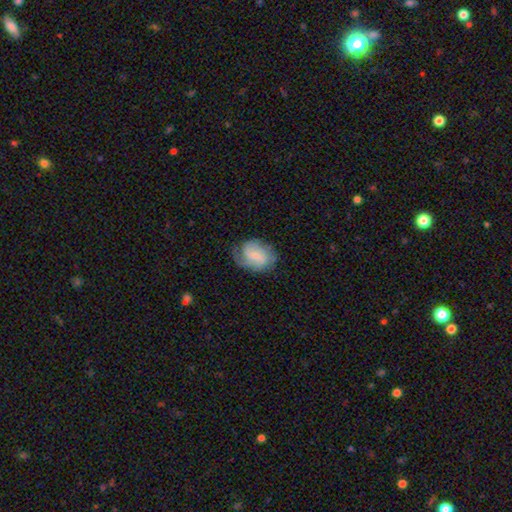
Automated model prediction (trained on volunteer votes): Smooth or featured? smooth (47%)
Merging? none (56%)